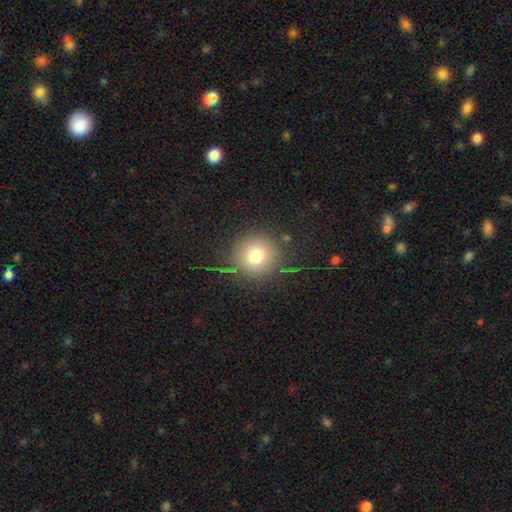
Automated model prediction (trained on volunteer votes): Smooth or featured?
  - smooth: 73% *
  - star or artifact: 15%
  - featured or disk: 12%
How rounded?
  - round: 94% *
  - in between: 5%
  - cigar-shaped: 1%
Merging?
  - none: 81% *
  - minor disturbance: 10%
  - major disturbance: 6%
  - merger: 3%